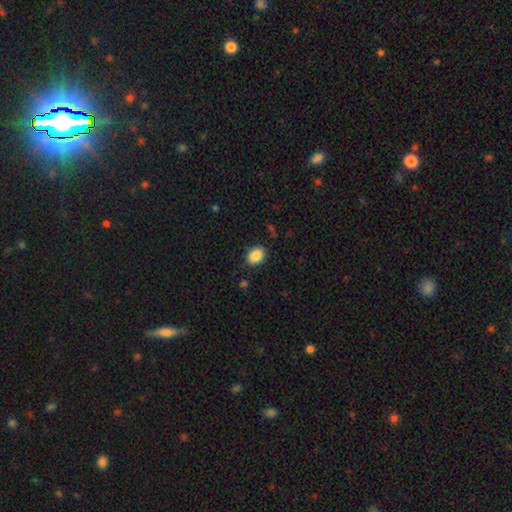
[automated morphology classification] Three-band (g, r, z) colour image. It shows a smooth galaxy with no disk features (88%) that is in between round and cigar-shaped (75%). Merging: none (86%).